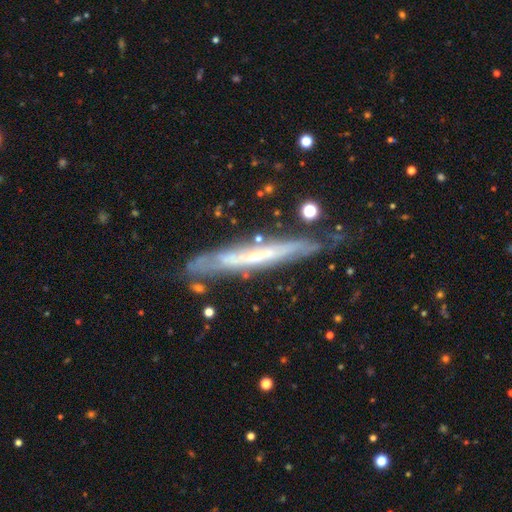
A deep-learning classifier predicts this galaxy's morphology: Smooth or featured? Predicted: featured or disk (p=0.73). Edge-on disk? Predicted: yes (p=0.75). Edge-on bulge? Predicted: none (p=0.64). Merging? Predicted: none (p=0.71).